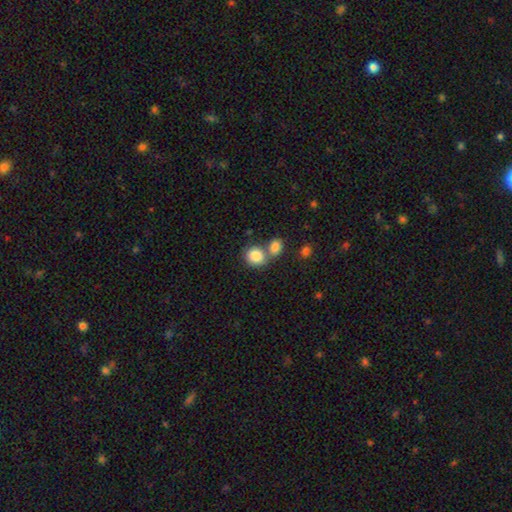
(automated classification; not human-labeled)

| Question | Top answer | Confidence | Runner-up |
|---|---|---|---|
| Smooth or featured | smooth | 85% | star or artifact (8%) |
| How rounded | round | 74% | in between (26%) |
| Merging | none | 46% | merger (43%) |